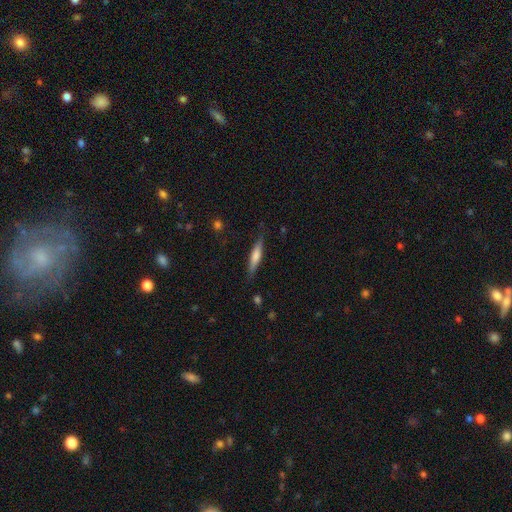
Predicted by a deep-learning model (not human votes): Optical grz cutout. It shows a smooth galaxy with no disk features (54%) that is cigar-shaped (85%). Merging: none (84%).